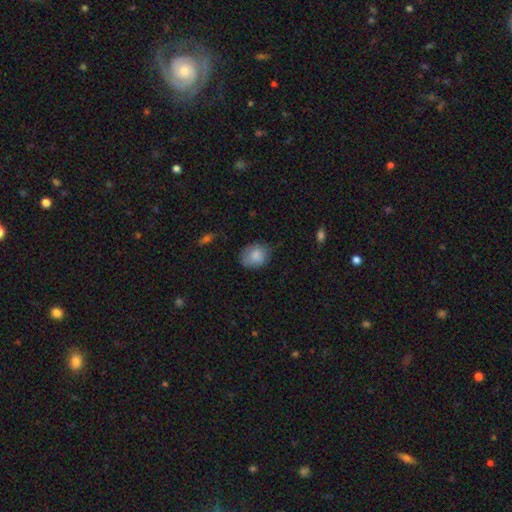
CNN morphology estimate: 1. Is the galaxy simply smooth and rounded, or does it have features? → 83% smooth, 10% featured or disk, 8% star or artifact.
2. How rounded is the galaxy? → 53% round, 46% in between, 1% cigar-shaped.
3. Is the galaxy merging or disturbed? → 62% none, 29% minor disturbance, 7% major disturbance, 1% merger.